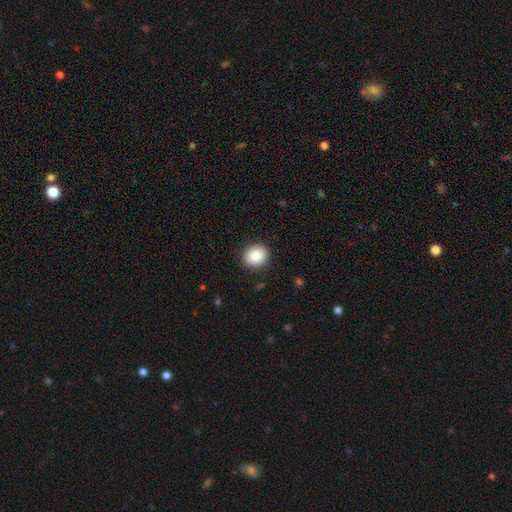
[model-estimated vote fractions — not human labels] Smooth or featured?
  - smooth: 86% *
  - star or artifact: 8%
  - featured or disk: 6%
How rounded?
  - round: 79% *
  - in between: 20%
  - cigar-shaped: 1%
Merging?
  - none: 91% *
  - minor disturbance: 6%
  - major disturbance: 2%
  - merger: 1%